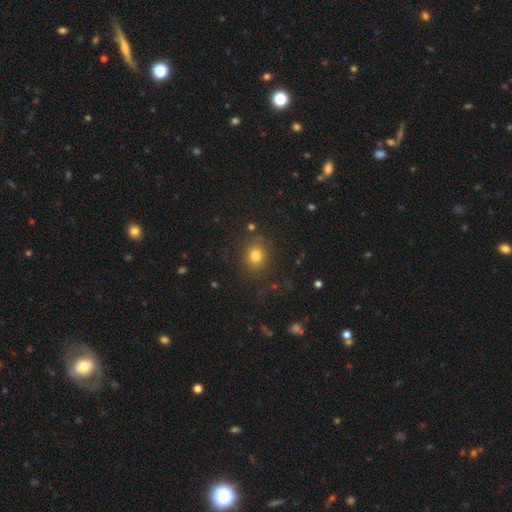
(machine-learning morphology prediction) This appears to be a smooth galaxy with no disk features (78%) that is round (70%). Merging: none (82%).